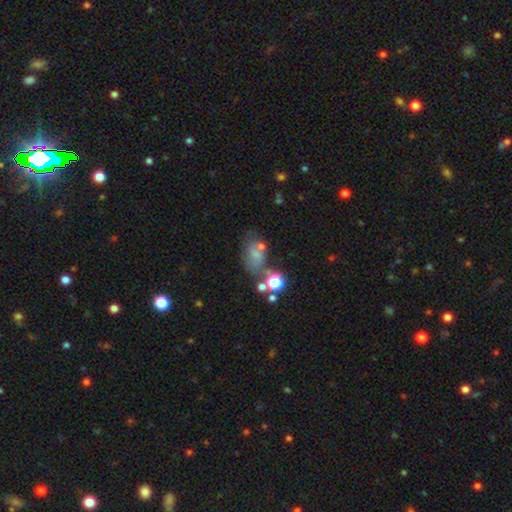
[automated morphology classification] Smooth or featured? Predicted: smooth (p=0.49). Merging? Predicted: none (p=0.38).